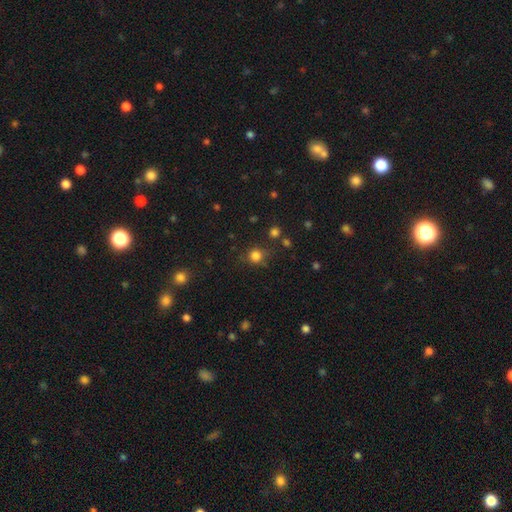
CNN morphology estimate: Smooth or featured?
  - smooth: 81% *
  - star or artifact: 14%
  - featured or disk: 5%
How rounded?
  - round: 89% *
  - in between: 10%
  - cigar-shaped: 1%
Merging?
  - none: 76% *
  - minor disturbance: 14%
  - major disturbance: 5%
  - merger: 5%